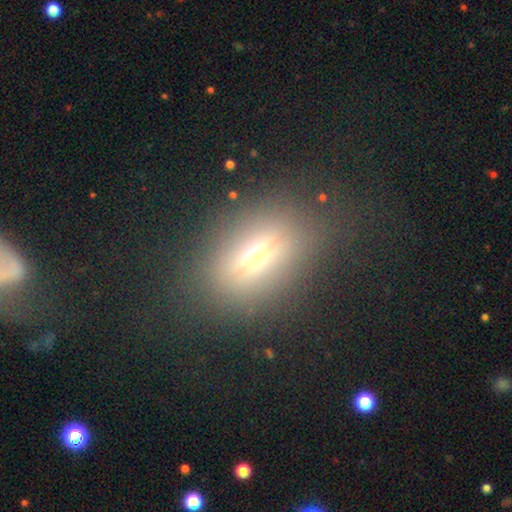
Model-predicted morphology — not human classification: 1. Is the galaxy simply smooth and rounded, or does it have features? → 43% featured or disk, 41% smooth, 16% star or artifact.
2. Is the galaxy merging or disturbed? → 78% none, 12% minor disturbance, 8% major disturbance, 2% merger.